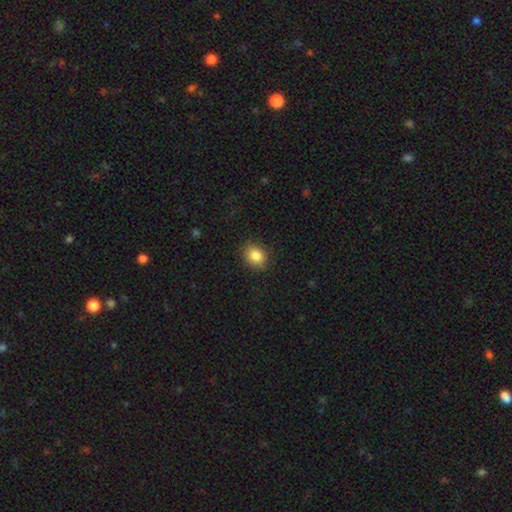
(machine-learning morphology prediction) Smooth or featured? smooth (85%)
How rounded? round (55%)
Merging? none (88%)